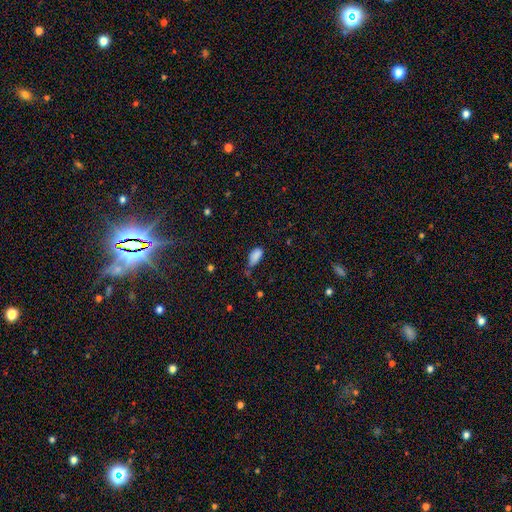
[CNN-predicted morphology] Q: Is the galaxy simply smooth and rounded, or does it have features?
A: smooth — 84%.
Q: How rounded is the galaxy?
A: in between — 89%.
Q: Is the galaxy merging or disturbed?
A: none — 41%.